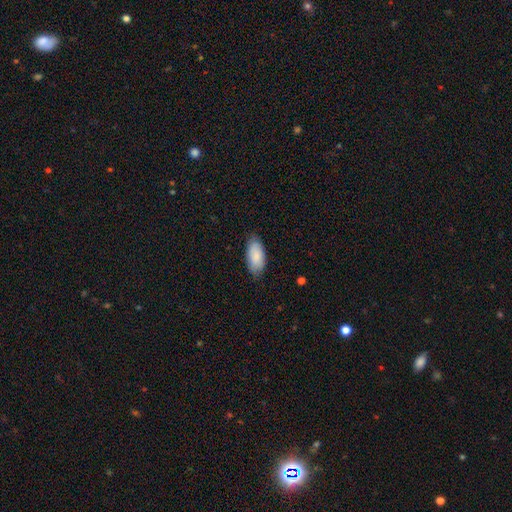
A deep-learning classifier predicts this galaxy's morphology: A smooth galaxy with no disk features (87%) that is in between round and cigar-shaped (93%). Merging: none (81%).